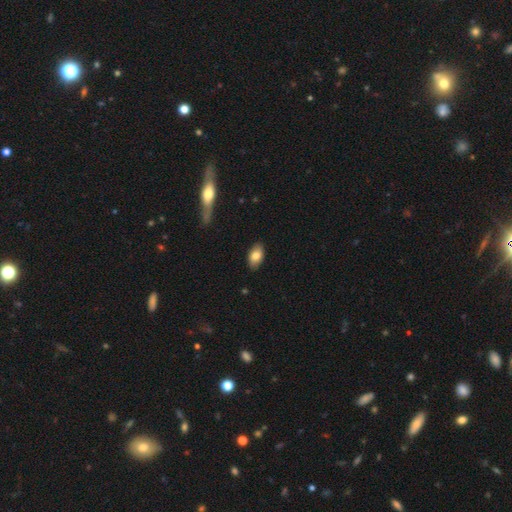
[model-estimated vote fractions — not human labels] A smooth galaxy with no disk features (81%) that is in between round and cigar-shaped (93%). Merging: none (87%).